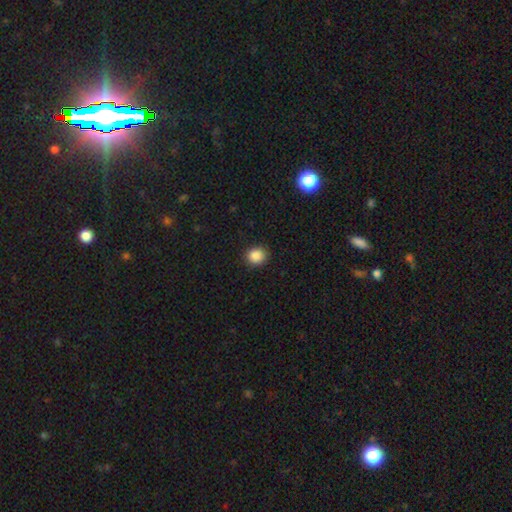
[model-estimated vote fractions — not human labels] Smooth or featured: smooth — 87% (star or artifact — 10%)
How rounded: round — 80% (in between — 19%)
Merging: none — 89% (minor disturbance — 7%)